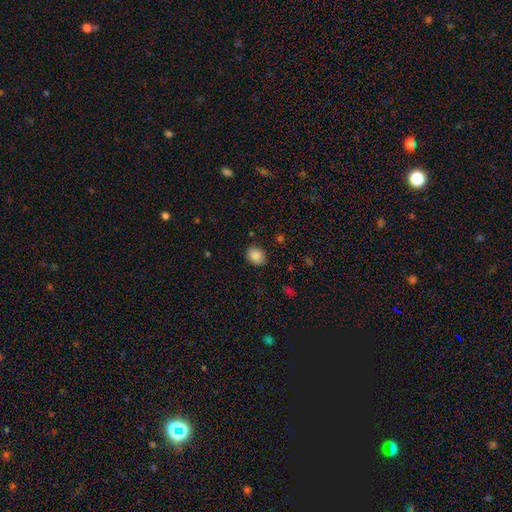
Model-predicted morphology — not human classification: This is clearly a smooth galaxy (88%). How rounded: possibly round (58%). Merging: clearly none (85%).